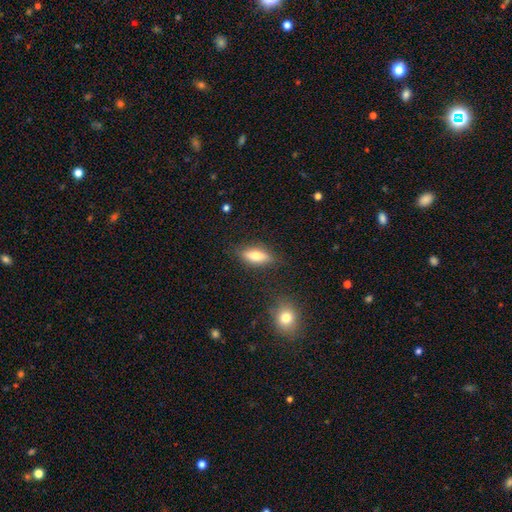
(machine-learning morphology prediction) A smooth galaxy with no disk features (67%) that is in between round and cigar-shaped (67%).

Vote fractions:
- Smooth or featured? smooth: 67% / featured or disk: 26% / star or artifact: 7%
- How rounded? in between: 67% / cigar-shaped: 30% / round: 3%
- Merging? none: 79% / minor disturbance: 14% / major disturbance: 4% / merger: 3%